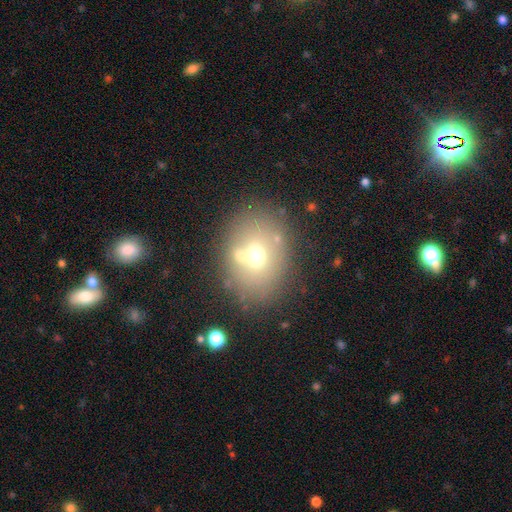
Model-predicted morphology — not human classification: A smooth galaxy with no disk features (62%) that is in between round and cigar-shaped (51%).

Vote fractions:
- Smooth or featured? smooth: 62% / featured or disk: 23% / star or artifact: 15%
- How rounded? in between: 51% / round: 48% / cigar-shaped: 1%
- Merging? none: 70% / merger: 13% / minor disturbance: 12% / major disturbance: 5%